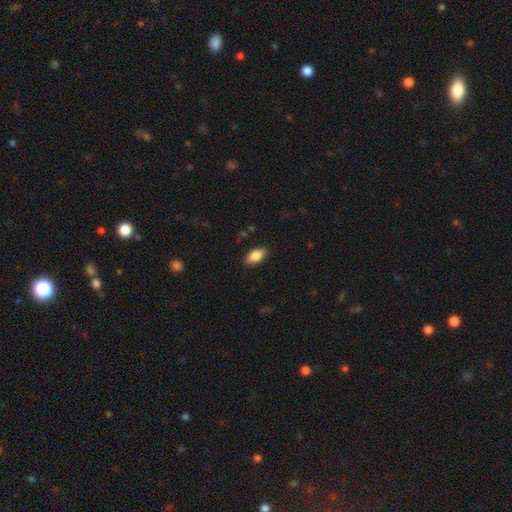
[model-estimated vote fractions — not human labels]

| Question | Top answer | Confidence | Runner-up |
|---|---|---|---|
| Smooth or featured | smooth | 83% | featured or disk (10%) |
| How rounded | in between | 91% | cigar-shaped (6%) |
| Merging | none | 87% | minor disturbance (10%) |